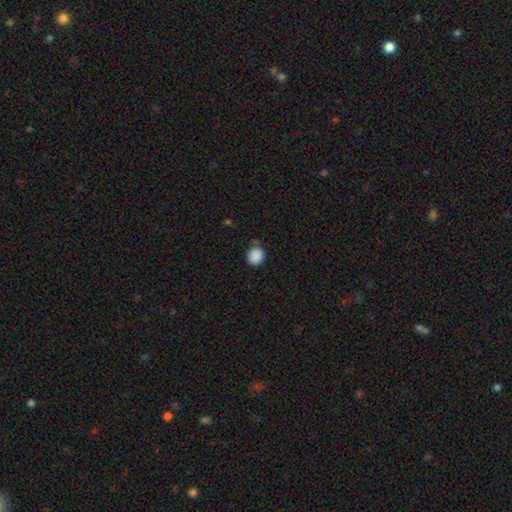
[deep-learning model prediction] This appears to be a smooth galaxy with no disk features (88%) that is round (82%). Merging: none (71%).